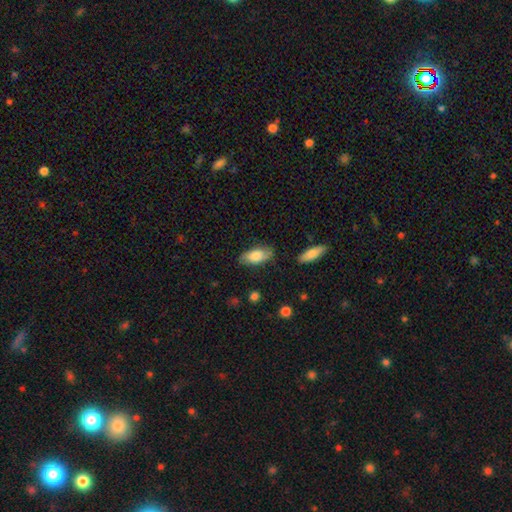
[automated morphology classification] smooth 78%, featured or disk 16%, star or artifact 6%. Down the decision tree: how rounded — in between (89%); merging — none (78%).